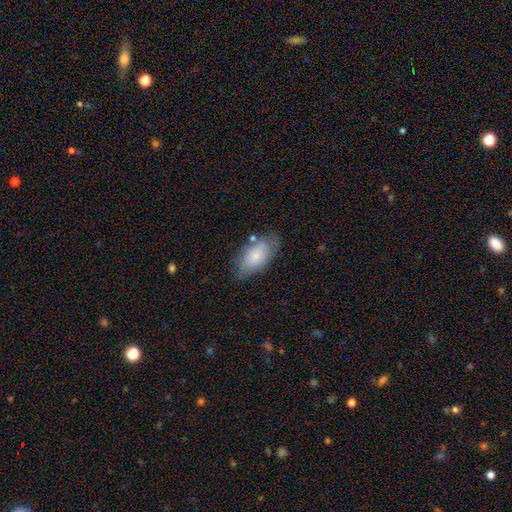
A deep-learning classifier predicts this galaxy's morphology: The model was most divided on "merging": none: 68%, minor disturbance: 22%, major disturbance: 6%, merger: 4%. More confident: how rounded — in between (93%); smooth or featured — smooth (73%).